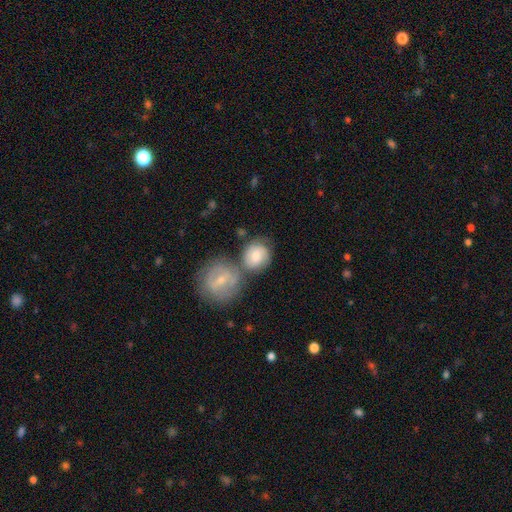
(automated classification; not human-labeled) Smooth or featured: smooth — 55% (featured or disk — 38%)
How rounded: round — 79% (in between — 19%)
Merging: none — 43% (merger — 36%)